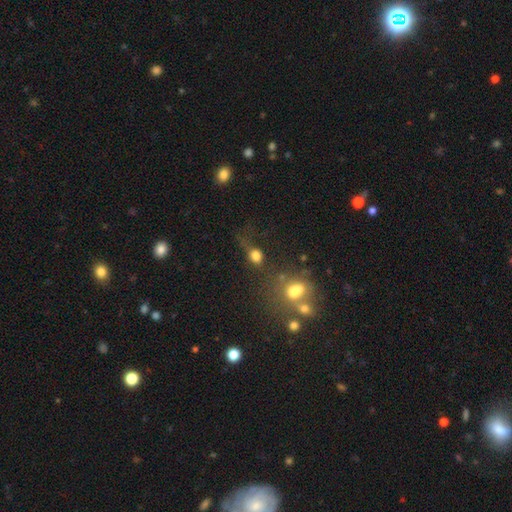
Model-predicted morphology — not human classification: Smooth or featured: smooth — 73% (star or artifact — 14%)
How rounded: round — 56% (in between — 41%)
Merging: none — 39% (major disturbance — 25%)